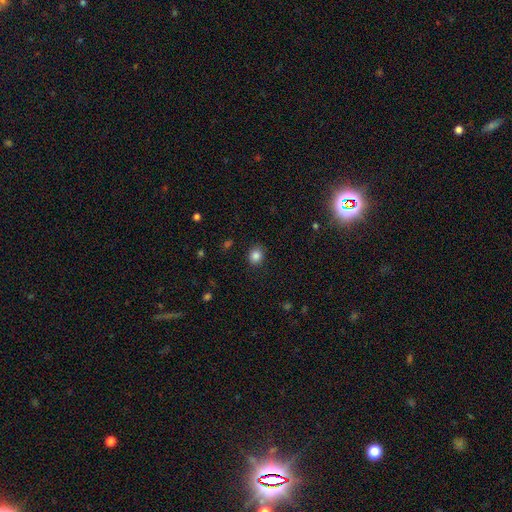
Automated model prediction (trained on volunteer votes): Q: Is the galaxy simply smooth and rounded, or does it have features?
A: smooth — 85%.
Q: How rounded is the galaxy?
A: round — 74%.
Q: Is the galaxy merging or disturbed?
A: none — 89%.